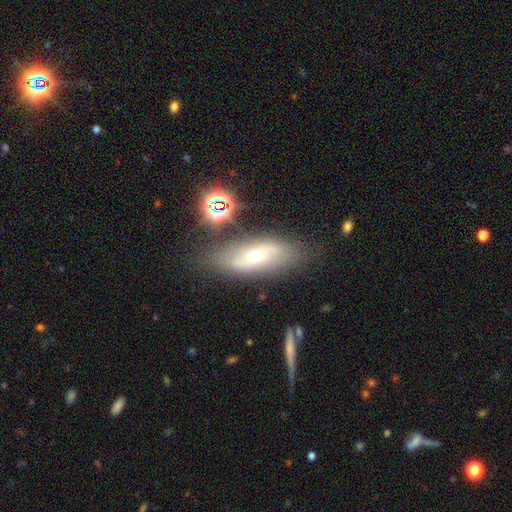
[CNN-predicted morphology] type=featured or disk (50%); edge-on=no (75%); merging=none (73%).